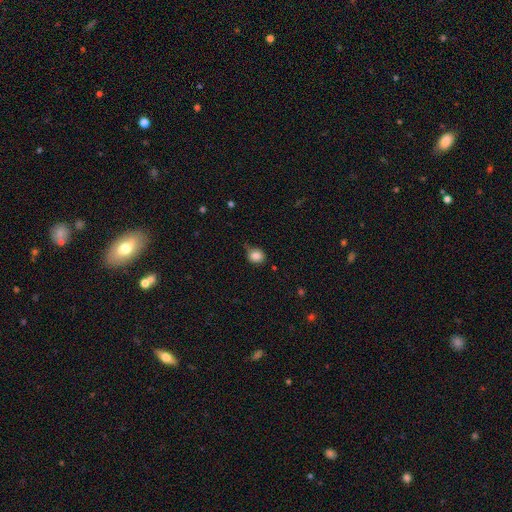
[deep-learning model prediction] This appears to be a smooth galaxy with no disk features (83%) that is round (76%). Merging: none (58%).